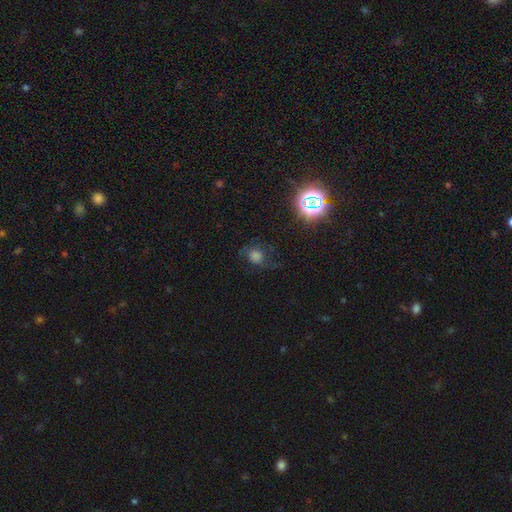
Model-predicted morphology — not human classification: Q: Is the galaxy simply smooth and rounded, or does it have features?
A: smooth — 50%.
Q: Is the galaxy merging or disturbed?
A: none — 60%.